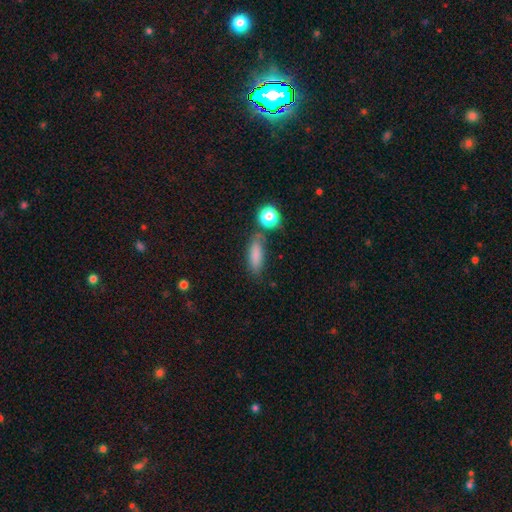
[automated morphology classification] type=smooth (81%); roundness=in between (56%); merging=none (69%).